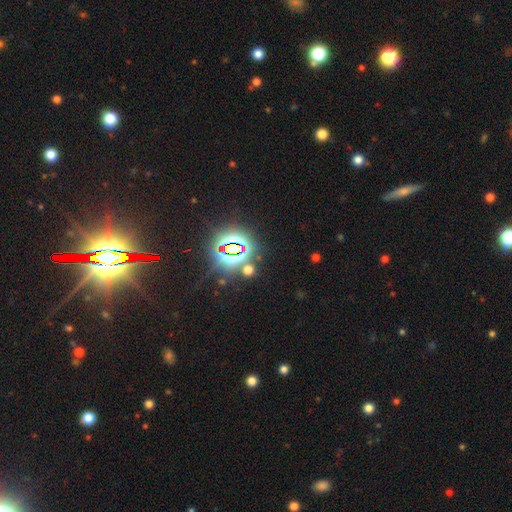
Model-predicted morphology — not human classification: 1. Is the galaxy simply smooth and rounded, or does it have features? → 82% star or artifact, 9% smooth, 9% featured or disk.